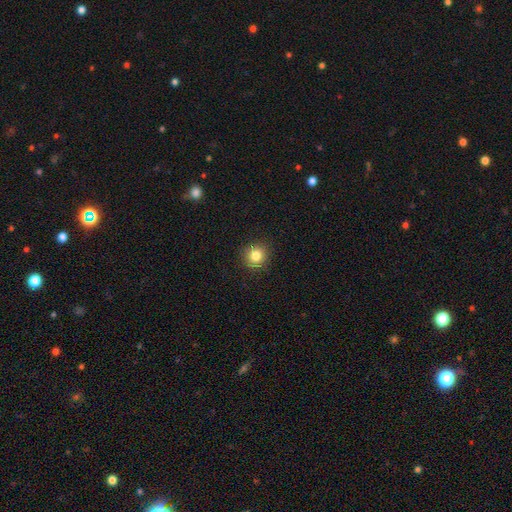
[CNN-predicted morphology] Q: Smooth or featured?
A: smooth (83%); runner-up: star or artifact (11%)
Q: How rounded?
A: round (90%); runner-up: in between (9%)
Q: Merging?
A: none (89%); runner-up: minor disturbance (8%)